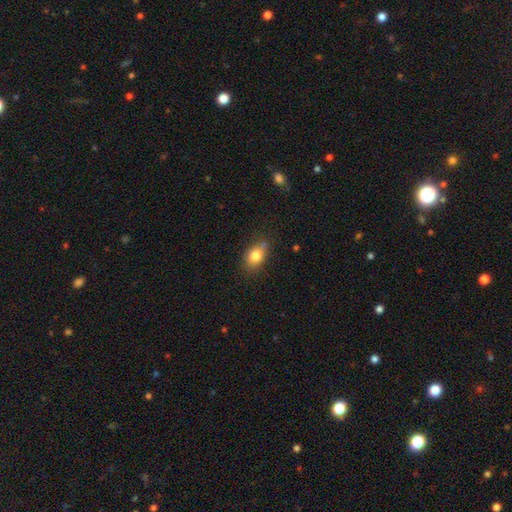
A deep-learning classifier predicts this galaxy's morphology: Smooth or featured: smooth — 81% (featured or disk — 10%)
How rounded: in between — 76% (round — 22%)
Merging: none — 67% (minor disturbance — 24%)